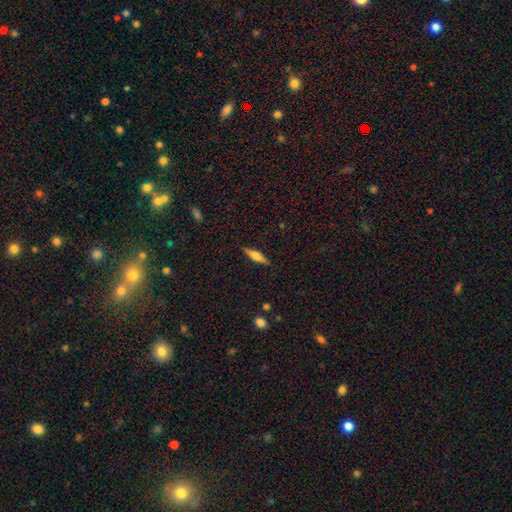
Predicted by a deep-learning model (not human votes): Smooth or featured? Predicted: featured or disk (p=0.61). Edge-on disk? Predicted: yes (p=0.97). Edge-on bulge? Predicted: rounded (p=0.84). Merging? Predicted: none (p=0.89).